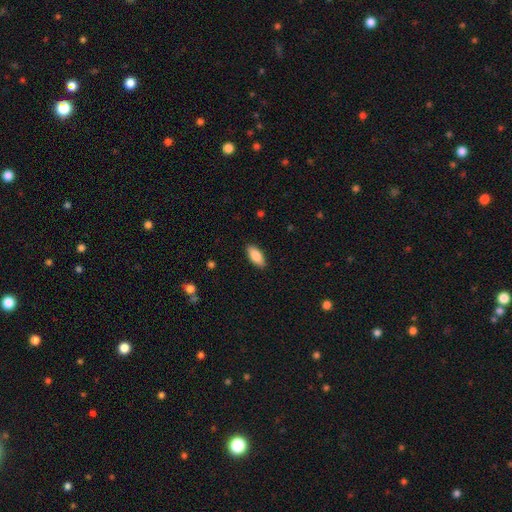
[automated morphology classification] A smooth galaxy with no disk features (85%) that is in between round and cigar-shaped (85%).

Vote fractions:
- Smooth or featured? smooth: 85% / featured or disk: 9% / star or artifact: 6%
- How rounded? in between: 85% / cigar-shaped: 13% / round: 2%
- Merging? none: 88% / minor disturbance: 9% / major disturbance: 2% / merger: 1%